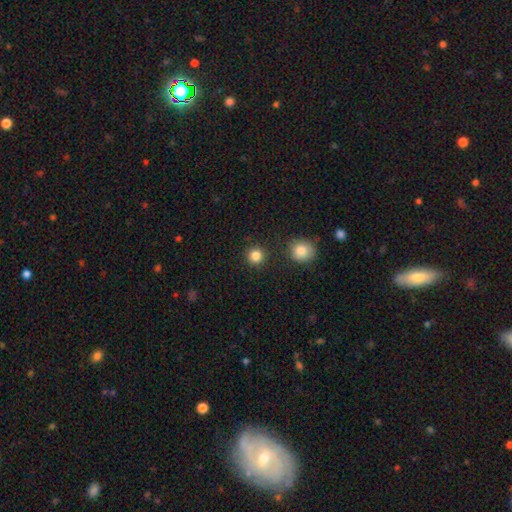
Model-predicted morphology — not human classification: smooth_or_featured: smooth (p=0.84) [alt: star or artifact p=0.12]
how_rounded: round (p=0.94) [alt: in between p=0.05]
merging: none (p=0.89) [alt: minor disturbance p=0.06]